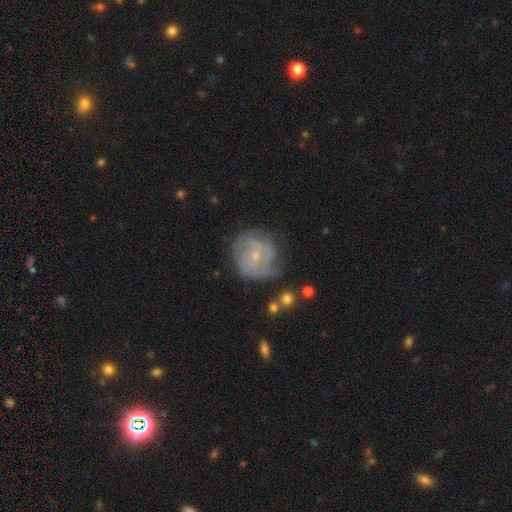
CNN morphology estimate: type=featured or disk (72%); edge-on=no (98%); bar=no (69%); spiral arms=yes (83%); winding=tight (53%); arm count=can't tell (41%); bulge=small (75%); merging=none (60%).